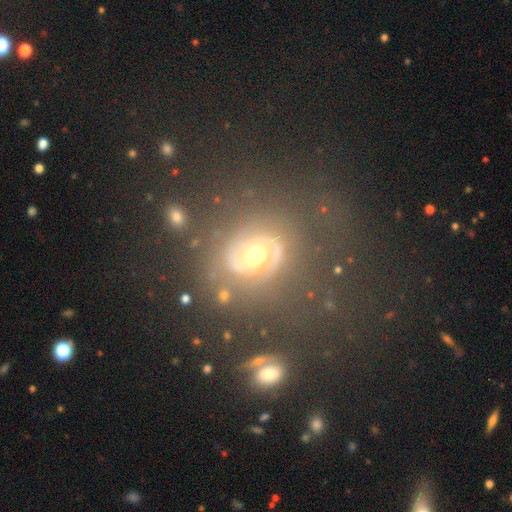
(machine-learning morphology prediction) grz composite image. It shows a featured or disk galaxy (59%) with no bar (53%), spiral arms (70%) and a moderate central bulge (68%). Merging: none (69%).